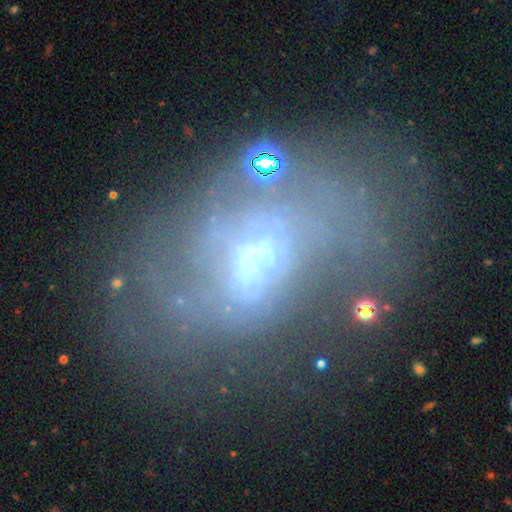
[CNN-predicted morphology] smooth-or-featured: featured or disk: 56% | smooth: 24% | star or artifact: 20%
  disk-edge-on: no: 94% | yes: 6%
    bar: no: 68% | weak: 23% | strong: 10%
    has-spiral-arms: no: 72% | yes: 28%
    bulge-size: moderate: 36% | small: 24% | none: 23% | large: 13% | dominant: 4%
  merging: major disturbance: 36% | none: 33% | minor disturbance: 18% | merger: 13%